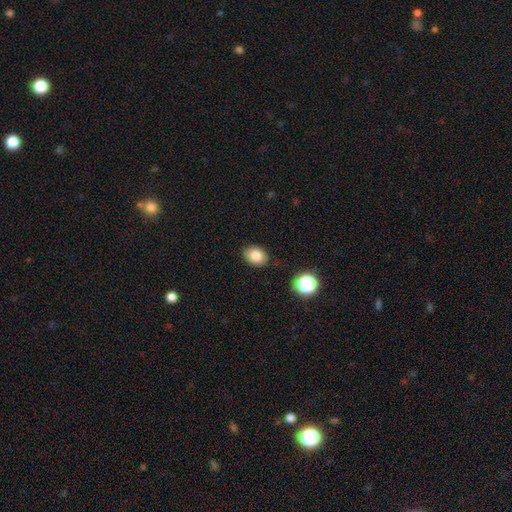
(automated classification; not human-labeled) Smooth or featured: smooth — 81% (star or artifact — 10%)
How rounded: in between — 68% (round — 31%)
Merging: none — 87% (minor disturbance — 9%)